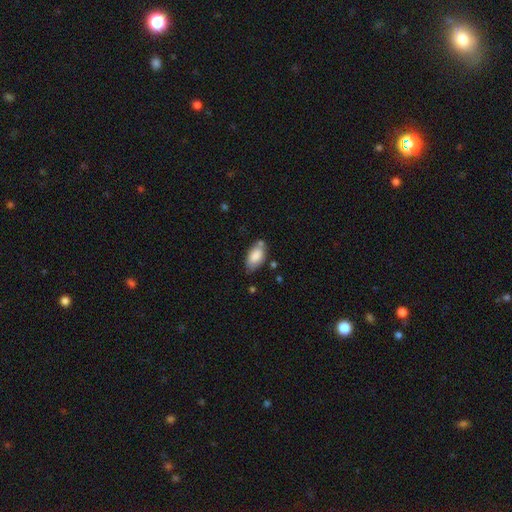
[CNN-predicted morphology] Smooth or featured?
  - smooth: 83% *
  - featured or disk: 10%
  - star or artifact: 6%
How rounded?
  - in between: 93% *
  - cigar-shaped: 4%
  - round: 3%
Merging?
  - none: 65% *
  - minor disturbance: 21%
  - merger: 9%
  - major disturbance: 5%